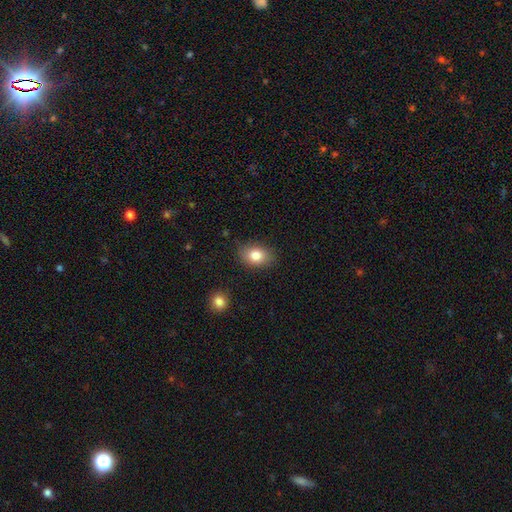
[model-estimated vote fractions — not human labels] smooth 82%, featured or disk 9%, star or artifact 8%. Down the decision tree: how rounded — in between (76%); merging — none (82%).